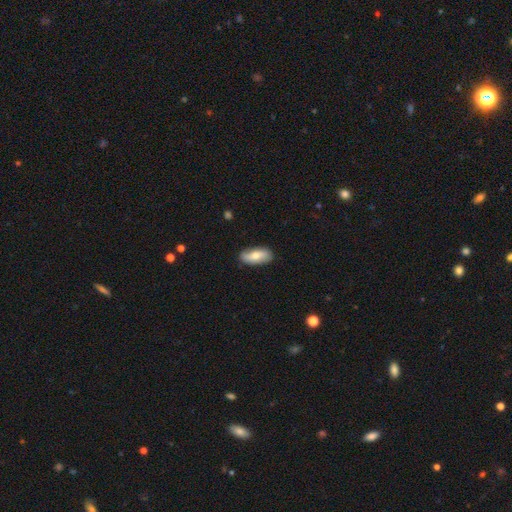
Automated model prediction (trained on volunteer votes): smooth 66%, featured or disk 28%, star or artifact 6%. Down the decision tree: how rounded — in between (84%); merging — none (83%).